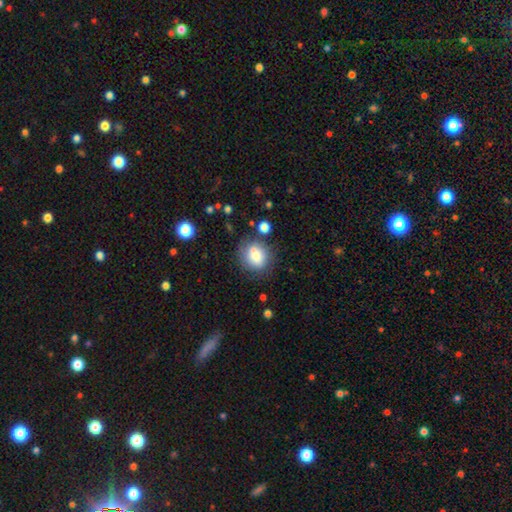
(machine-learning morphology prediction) Q: Smooth or featured?
A: smooth (78%); runner-up: featured or disk (13%)
Q: How rounded?
A: round (72%); runner-up: in between (27%)
Q: Merging?
A: none (66%); runner-up: minor disturbance (17%)